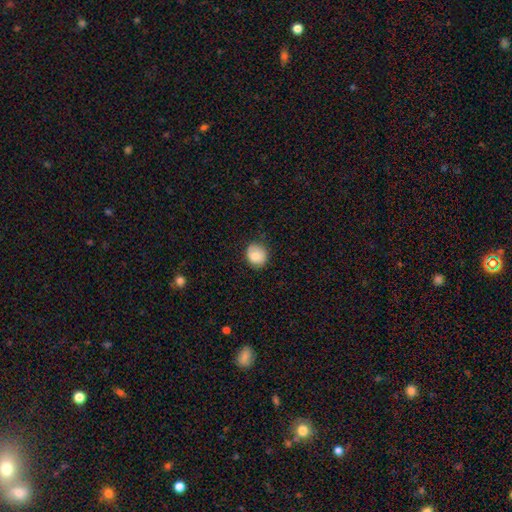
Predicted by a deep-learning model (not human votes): A smooth galaxy with no disk features (80%) that is round (77%).

Vote fractions:
- Smooth or featured? smooth: 80% / featured or disk: 12% / star or artifact: 8%
- How rounded? round: 77% / in between: 22% / cigar-shaped: 1%
- Merging? none: 80% / minor disturbance: 16% / major disturbance: 3% / merger: 1%